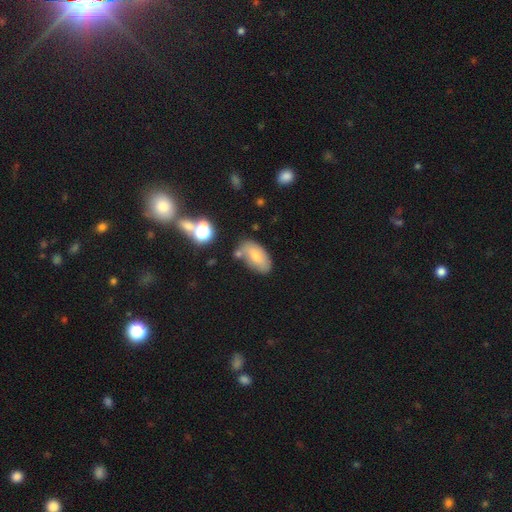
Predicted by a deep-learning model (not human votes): This is likely a smooth galaxy (68%). How rounded: clearly in between (92%). Merging: likely none (61%).